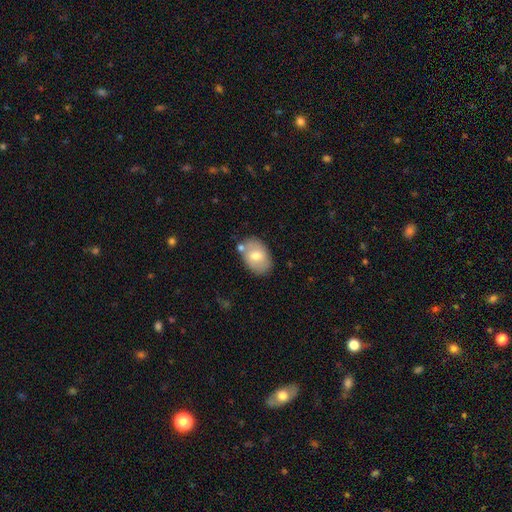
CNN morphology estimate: A smooth galaxy with no disk features (67%) that is in between round and cigar-shaped (83%). Merging: none (72%).